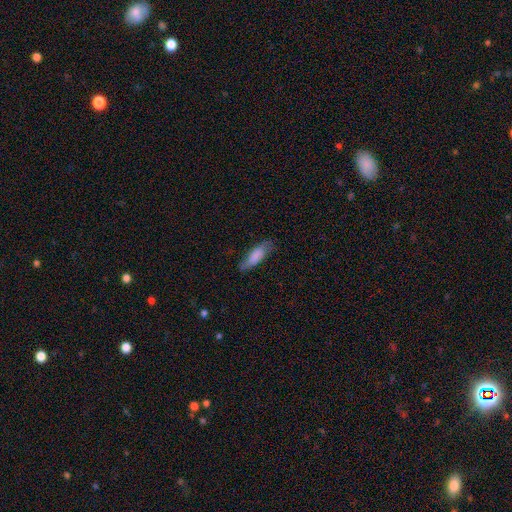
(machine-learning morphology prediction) smooth_or_featured: smooth (p=0.76) [alt: featured or disk p=0.18]
how_rounded: in between (p=0.54) [alt: cigar-shaped p=0.45]
merging: none (p=0.69) [alt: minor disturbance p=0.23]